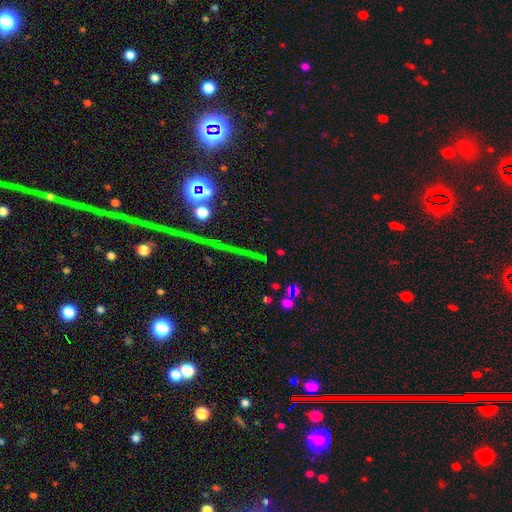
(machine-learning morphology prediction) smooth-or-featured: star or artifact: 71% | smooth: 15% | featured or disk: 14%